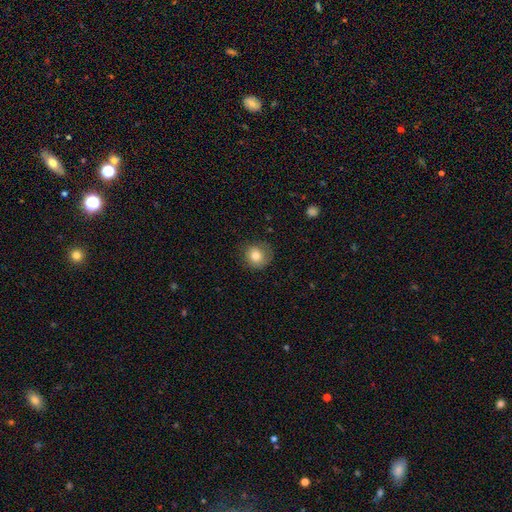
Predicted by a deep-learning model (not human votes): The model was most divided on "merging": none: 78%, minor disturbance: 16%, major disturbance: 5%, merger: 1%. More confident: how rounded — round (88%); smooth or featured — smooth (80%).